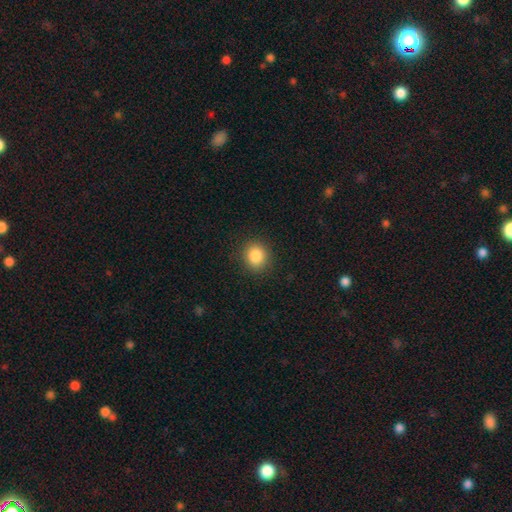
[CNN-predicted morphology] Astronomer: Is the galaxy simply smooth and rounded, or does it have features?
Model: smooth — 86%.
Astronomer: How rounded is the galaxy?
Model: round — 79%.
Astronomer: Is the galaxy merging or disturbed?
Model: none — 90%.